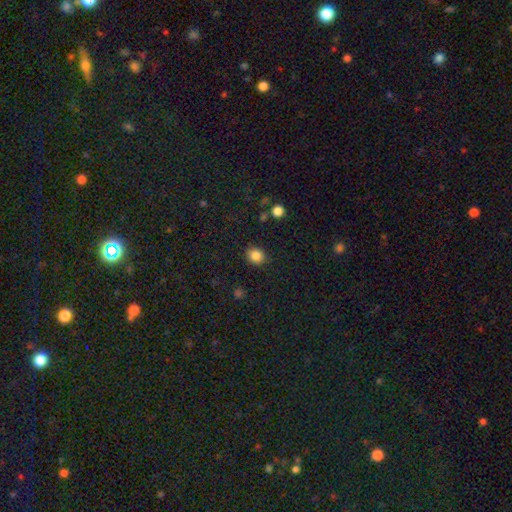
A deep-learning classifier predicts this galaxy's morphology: smooth 85%, star or artifact 11%, featured or disk 5%. Down the decision tree: how rounded — round (72%); merging — none (88%).